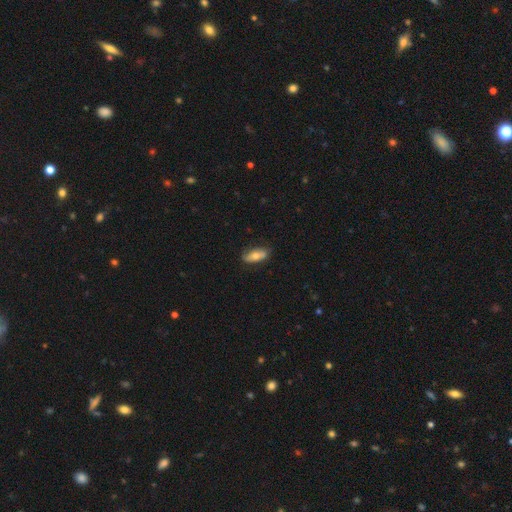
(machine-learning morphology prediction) Smooth or featured: smooth — 61% (featured or disk — 32%)
How rounded: in between — 80% (cigar-shaped — 16%)
Merging: none — 80% (minor disturbance — 16%)